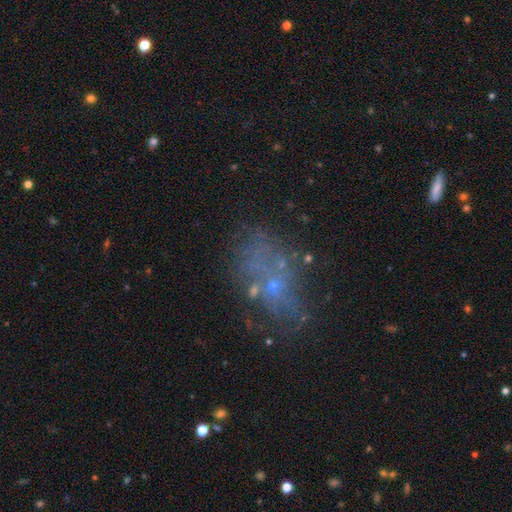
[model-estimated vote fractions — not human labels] smooth-or-featured: featured or disk: 41% | smooth: 30% | star or artifact: 28%
  merging: none: 49% | major disturbance: 21% | minor disturbance: 19% | merger: 11%